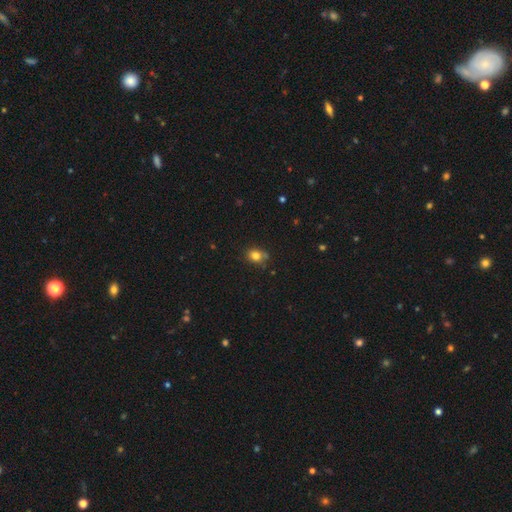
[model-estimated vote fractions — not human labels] A smooth galaxy with no disk features (81%) that is round (59%). Merging: none (67%).